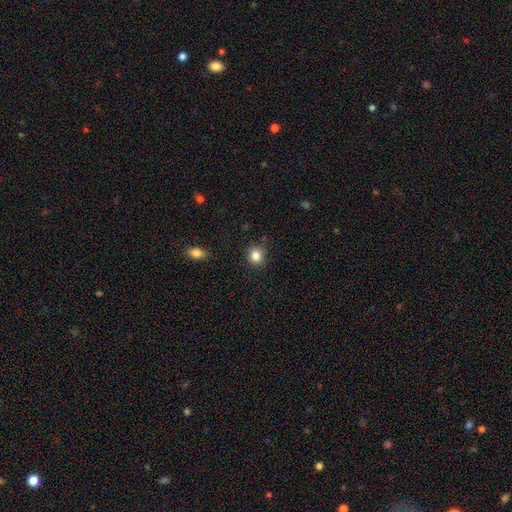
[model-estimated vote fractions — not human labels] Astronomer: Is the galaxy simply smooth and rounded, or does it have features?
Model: smooth — 84%.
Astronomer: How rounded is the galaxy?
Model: round — 81%.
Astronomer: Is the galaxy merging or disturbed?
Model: none — 86%.